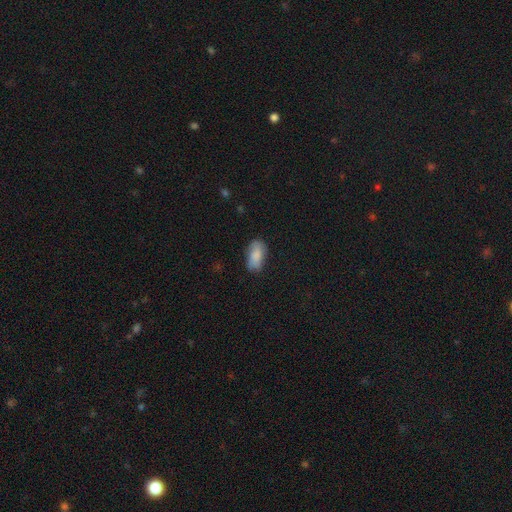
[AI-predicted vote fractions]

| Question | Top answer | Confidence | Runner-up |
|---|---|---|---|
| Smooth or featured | smooth | 83% | featured or disk (10%) |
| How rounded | in between | 92% | cigar-shaped (5%) |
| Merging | none | 70% | minor disturbance (23%) |